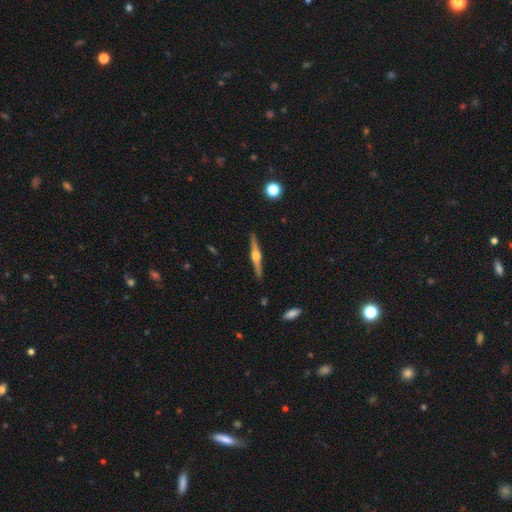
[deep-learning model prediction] Q: Smooth or featured?
A: featured or disk (81%); runner-up: smooth (14%)
Q: Edge-on disk?
A: yes (98%); runner-up: no (2%)
Q: Edge-on bulge?
A: rounded (91%); runner-up: boxy (7%)
Q: Merging?
A: none (90%); runner-up: minor disturbance (7%)